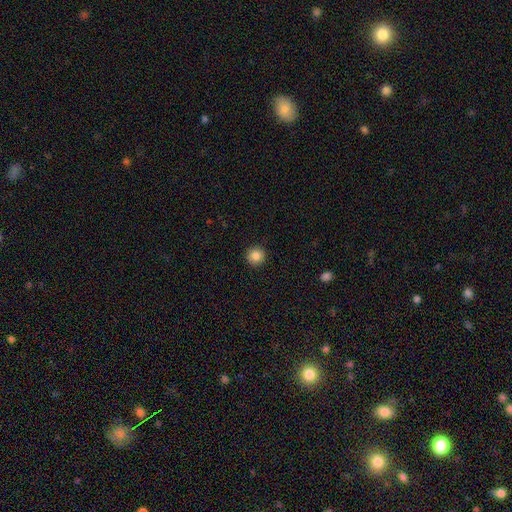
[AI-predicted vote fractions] The model was most divided on "smooth or featured": smooth: 85%, star or artifact: 9%, featured or disk: 6%. More confident: how rounded — round (95%); merging — none (92%).